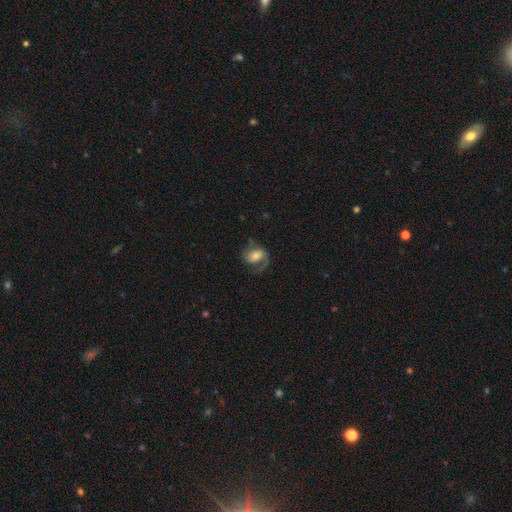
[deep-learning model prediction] Smooth or featured: featured or disk — 63% (smooth — 30%)
Edge-on disk: no — 96% (yes — 4%)
Bar: no — 46% (weak — 36%)
Spiral arms: yes — 88% (no — 12%)
Spiral winding: medium — 46% (loose — 37%)
Spiral arm count: 2 — 65% (1 — 27%)
Bulge size: moderate — 51% (small — 32%)
Merging: none — 56% (major disturbance — 23%)